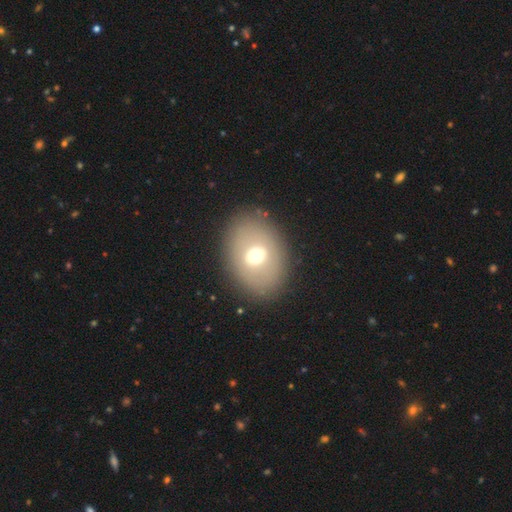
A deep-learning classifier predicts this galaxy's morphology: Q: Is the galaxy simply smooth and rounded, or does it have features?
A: smooth — 59%.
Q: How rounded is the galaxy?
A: in between — 67%.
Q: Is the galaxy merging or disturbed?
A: none — 85%.